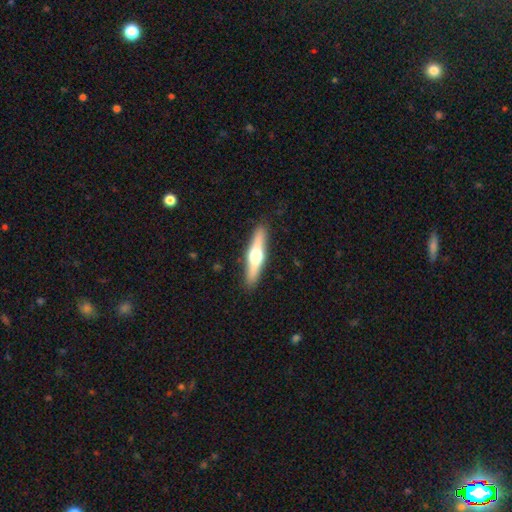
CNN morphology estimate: A featured or disk galaxy (58%) viewed edge-on (95%) with a rounded central bulge (94%). Merging: none (90%).